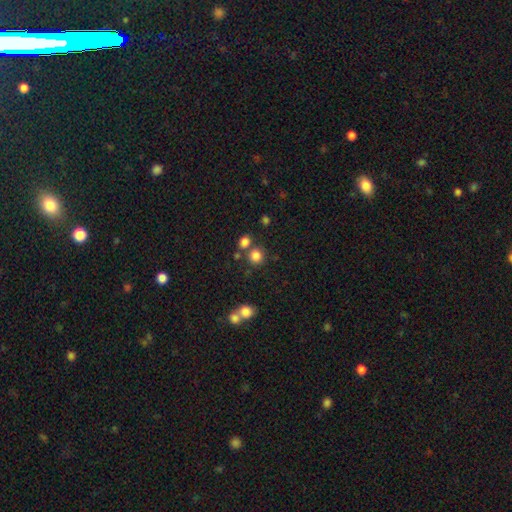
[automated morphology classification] This is clearly a smooth galaxy (80%). How rounded: clearly round (87%). Merging: likely none (67%).